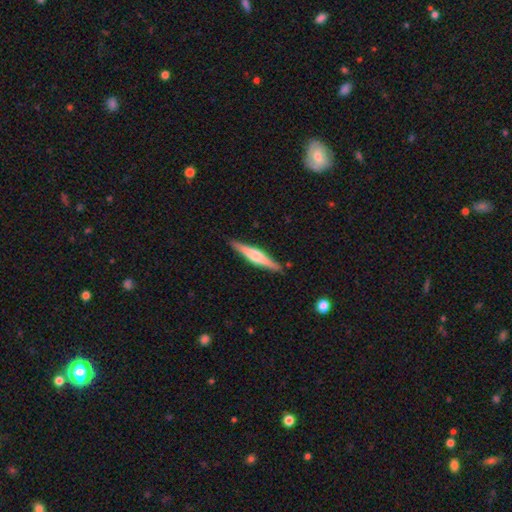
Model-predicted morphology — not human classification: smooth-or-featured: featured or disk: 60% | smooth: 35% | star or artifact: 5%
  disk-edge-on: yes: 97% | no: 3%
    edge-on-bulge: rounded: 77% | boxy: 15% | none: 8%
  merging: none: 89% | minor disturbance: 8% | major disturbance: 2% | merger: 1%